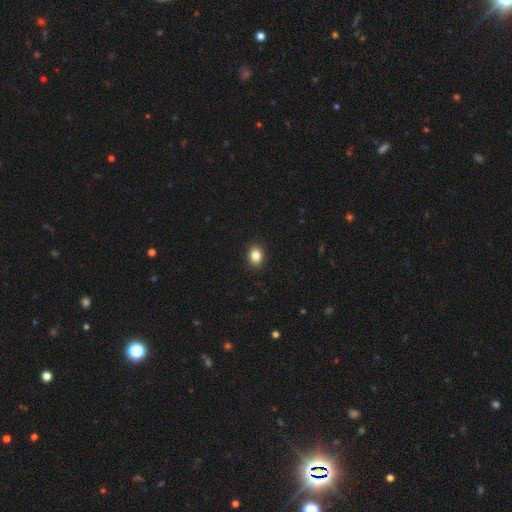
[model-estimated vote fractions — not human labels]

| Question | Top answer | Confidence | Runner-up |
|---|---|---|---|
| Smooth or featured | smooth | 85% | star or artifact (10%) |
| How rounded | in between | 56% | round (43%) |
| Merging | none | 91% | minor disturbance (6%) |